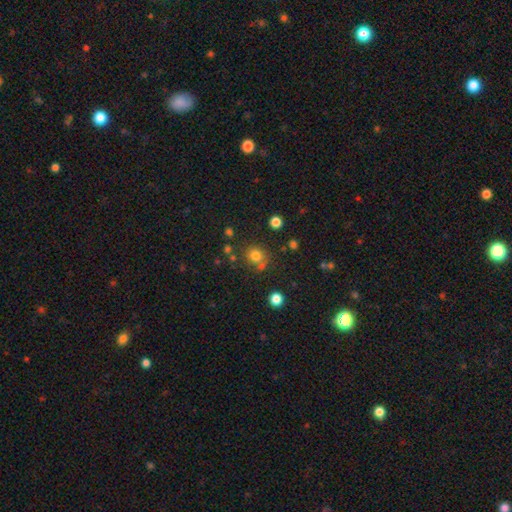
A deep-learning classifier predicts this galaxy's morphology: Smooth or featured: smooth — 76% (star or artifact — 16%)
How rounded: round — 86% (in between — 13%)
Merging: none — 72% (merger — 13%)